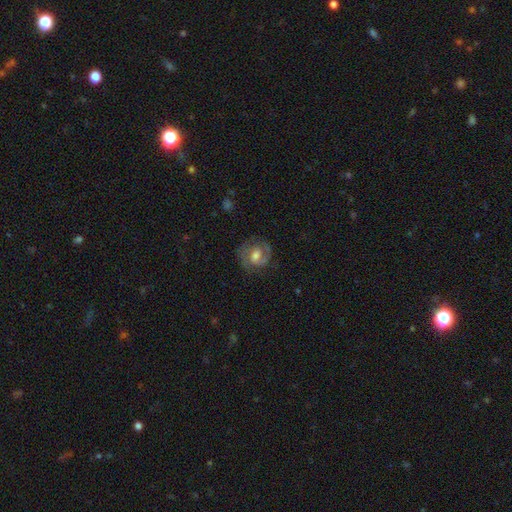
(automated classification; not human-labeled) Smooth or featured: featured or disk — 72% (smooth — 21%)
Edge-on disk: no — 97% (yes — 3%)
Bar: weak — 47% (no — 41%)
Spiral arms: yes — 90% (no — 10%)
Spiral winding: medium — 44% (tied with tight — 44%)
Spiral arm count: 2 — 77% (can't tell — 10%)
Bulge size: moderate — 62% (small — 20%)
Merging: none — 74% (minor disturbance — 16%)